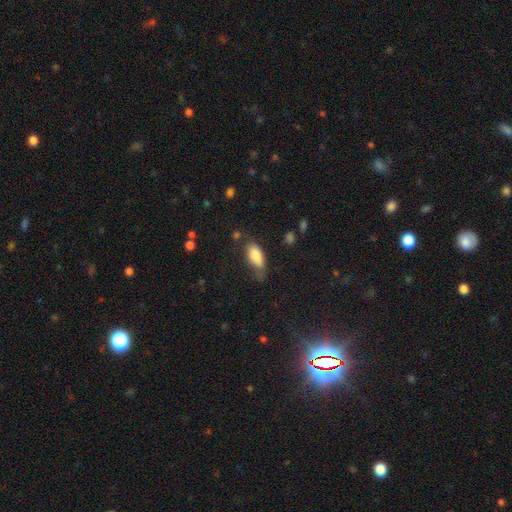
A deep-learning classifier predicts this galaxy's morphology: Overall: smooth (83%). How rounded: in between (86%). Merging: none (49%; minor disturbance 34%).